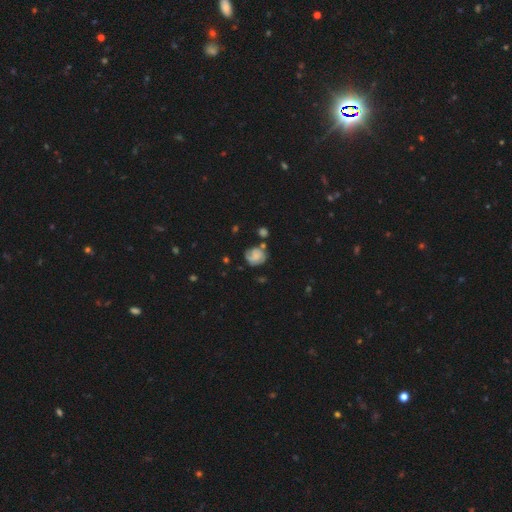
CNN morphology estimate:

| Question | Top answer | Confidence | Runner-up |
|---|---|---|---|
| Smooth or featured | featured or disk | 47% | smooth (44%) |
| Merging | none | 57% | minor disturbance (23%) |